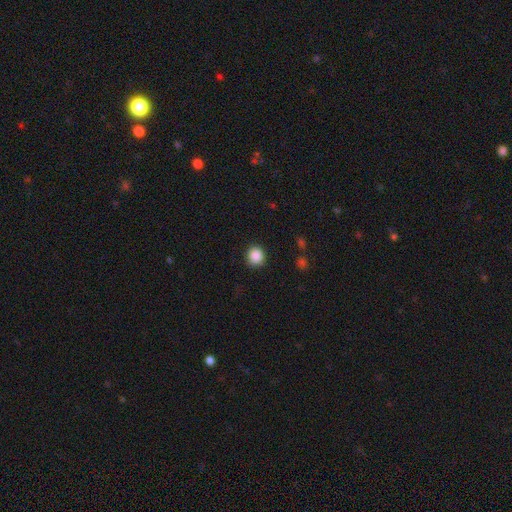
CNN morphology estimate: Smooth or featured?
  - smooth: 88% *
  - star or artifact: 9%
  - featured or disk: 3%
How rounded?
  - round: 88% *
  - in between: 11%
  - cigar-shaped: 1%
Merging?
  - none: 90% *
  - minor disturbance: 6%
  - major disturbance: 2%
  - merger: 1%